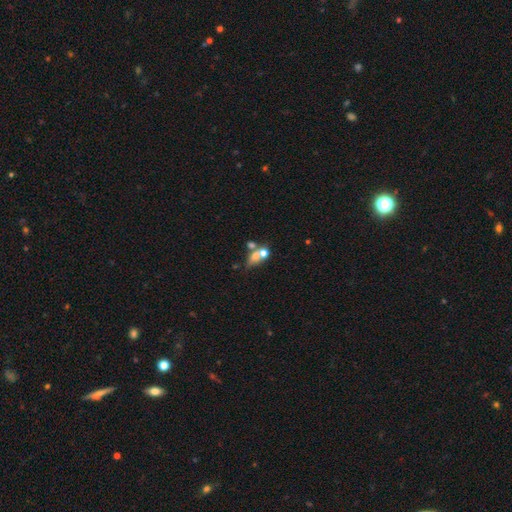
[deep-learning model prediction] Smooth or featured? Predicted: smooth (p=0.57). How rounded? Predicted: in between (p=0.50). Merging? Predicted: merger (p=0.54).